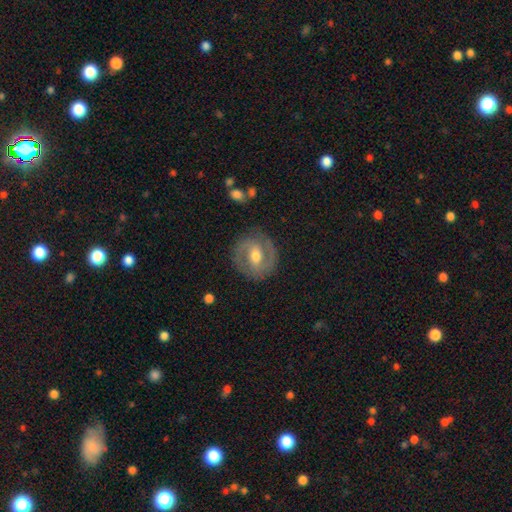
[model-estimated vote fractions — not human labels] This appears to be a featured or disk galaxy (73%) with a weak bar (49%), 2 (86%) medium (46%) spiral arms (81%) and a moderate central bulge (74%). Merging: none (83%).